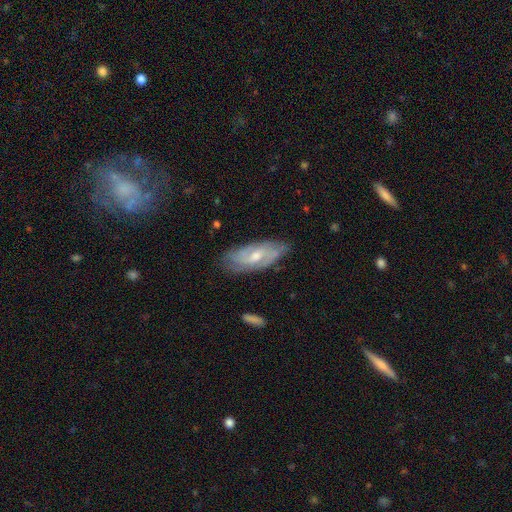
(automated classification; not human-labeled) A featured or disk galaxy (70%) with a weak bar (47%), 2 (41%) tight (44%) spiral arms (86%) and a moderate central bulge (58%). Merging: none (73%).